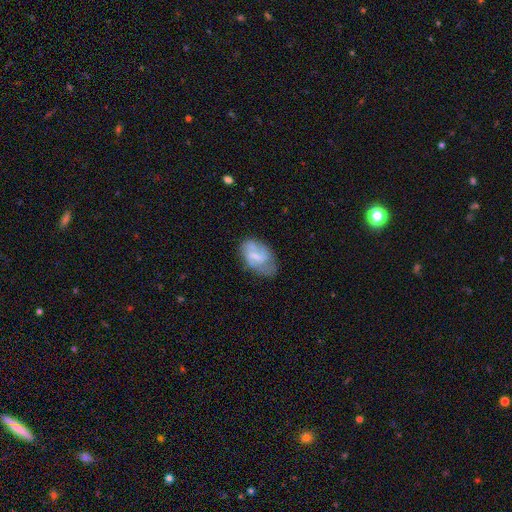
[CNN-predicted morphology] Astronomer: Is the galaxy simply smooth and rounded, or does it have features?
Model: featured or disk — 55% (runner-up: smooth, 38%).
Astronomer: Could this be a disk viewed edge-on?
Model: no — 96%.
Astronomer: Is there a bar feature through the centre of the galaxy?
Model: weak — 53%.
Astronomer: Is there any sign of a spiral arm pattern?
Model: yes — 70%.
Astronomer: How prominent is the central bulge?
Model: small — 42% (runner-up: none, 29%).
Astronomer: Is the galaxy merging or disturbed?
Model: none — 56%.